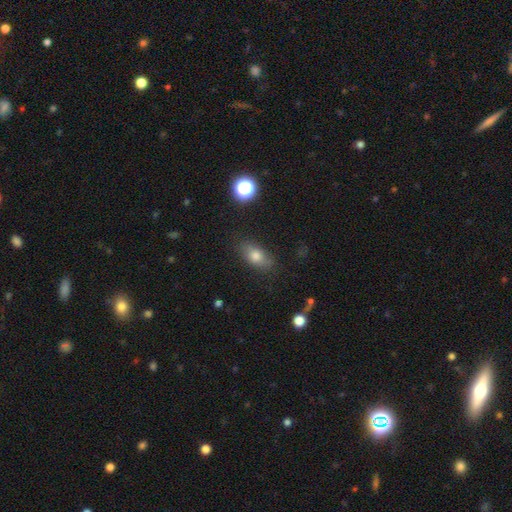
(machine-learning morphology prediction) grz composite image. It shows a smooth galaxy with no disk features (76%) that is in between round and cigar-shaped (81%). Merging: none (82%).